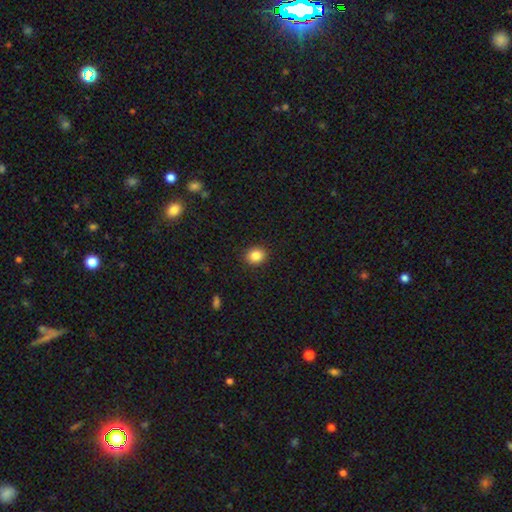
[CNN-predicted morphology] Smooth or featured? smooth (86%)
How rounded? round (68%)
Merging? none (91%)